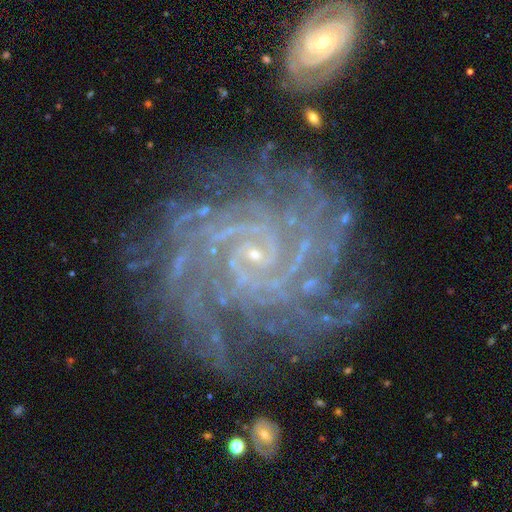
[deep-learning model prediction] smooth-or-featured: featured or disk: 91% | star or artifact: 6% | smooth: 3%
  disk-edge-on: no: 98% | yes: 2%
    bar: no: 55% | weak: 31% | strong: 14%
    has-spiral-arms: yes: 98% | no: 2%
      spiral-winding: tight: 79% | medium: 18% | loose: 3%
      spiral-arm-count: more than 4: 21% (tied) | 4: 21% (tied) | can't tell: 17% | 3: 16% | 2: 16% | 1: 8%
    bulge-size: small: 86% | moderate: 7% | none: 5% | large: 1% | dominant: 1%
  merging: none: 63% | minor disturbance: 19% | major disturbance: 9% | merger: 8%